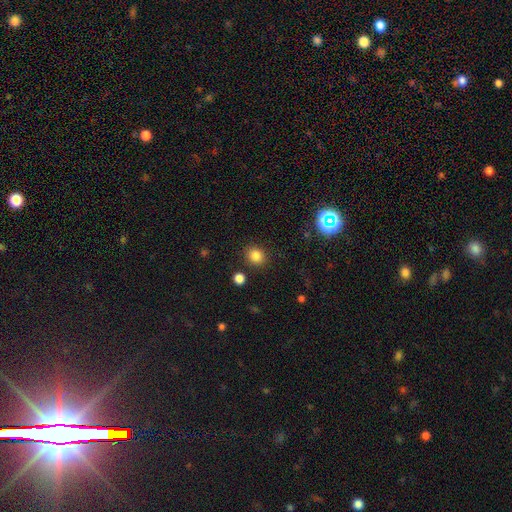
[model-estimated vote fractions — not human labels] smooth_or_featured: smooth (p=0.82) [alt: star or artifact p=0.14]
how_rounded: round (p=0.83) [alt: in between p=0.17]
merging: none (p=0.87) [alt: minor disturbance p=0.07]